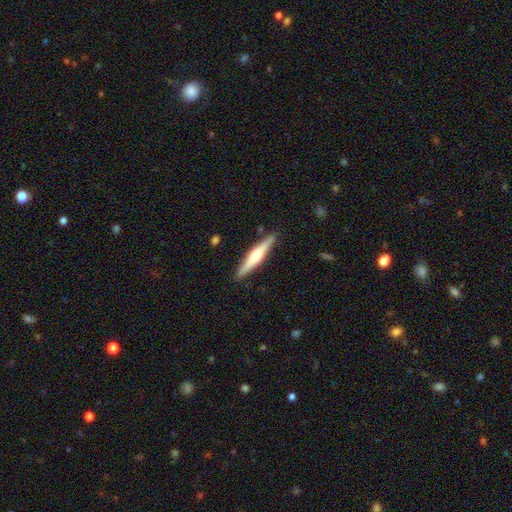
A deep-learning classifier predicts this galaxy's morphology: smooth_or_featured: featured or disk (p=0.62) [alt: smooth p=0.33]
disk_edge_on: yes (p=0.98) [alt: no p=0.02]
edge_on_bulge: rounded (p=0.78) [alt: boxy p=0.14]
merging: none (p=0.90) [alt: minor disturbance p=0.08]